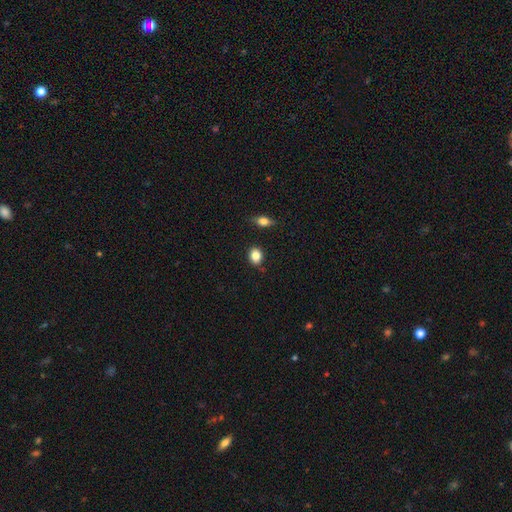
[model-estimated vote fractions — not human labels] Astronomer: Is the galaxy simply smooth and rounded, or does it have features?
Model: smooth — 84%.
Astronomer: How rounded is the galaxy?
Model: round — 49%, tied with in between at 49%.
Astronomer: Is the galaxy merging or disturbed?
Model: none — 84%.